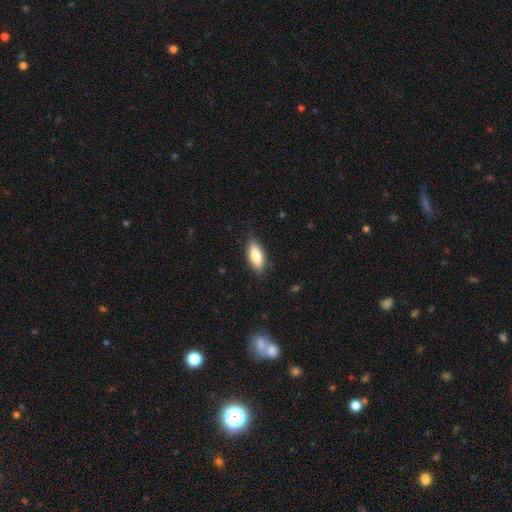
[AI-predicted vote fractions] smooth 74%, featured or disk 20%, star or artifact 6%. Down the decision tree: how rounded — in between (71%); merging — none (80%).